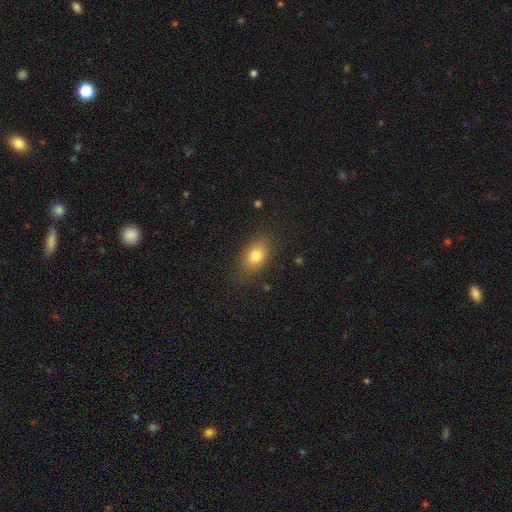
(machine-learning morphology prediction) The model was most divided on "how rounded": in between: 79%, round: 18%, cigar-shaped: 3%. More confident: merging — none (82%); smooth or featured — smooth (79%).